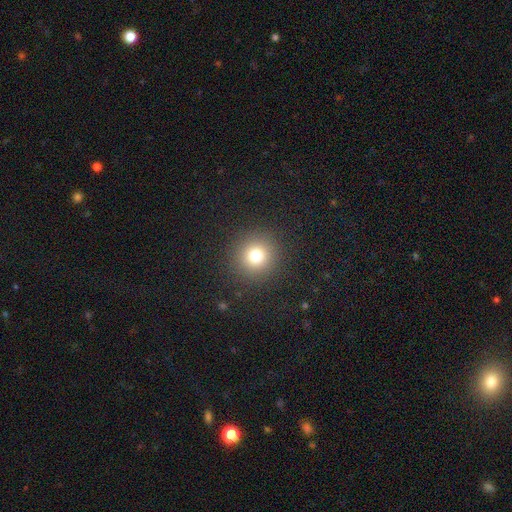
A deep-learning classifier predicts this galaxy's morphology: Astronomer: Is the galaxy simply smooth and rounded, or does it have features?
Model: smooth — 77%.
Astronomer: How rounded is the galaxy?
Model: round — 93%.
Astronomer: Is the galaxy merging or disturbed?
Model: none — 90%.